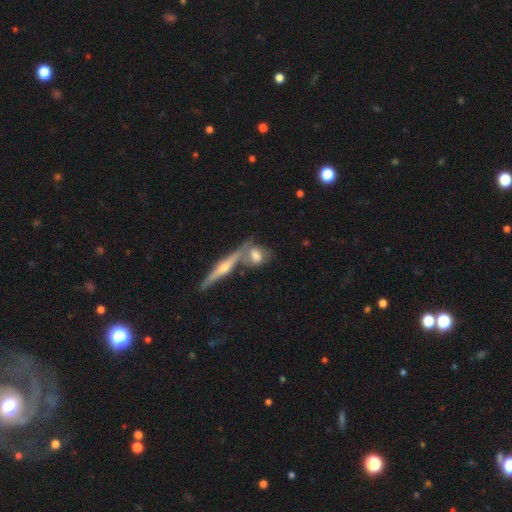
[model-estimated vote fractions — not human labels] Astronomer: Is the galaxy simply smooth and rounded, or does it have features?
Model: smooth — 51% (runner-up: featured or disk, 41%).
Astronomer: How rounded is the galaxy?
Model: in between — 51% (runner-up: round, 32%).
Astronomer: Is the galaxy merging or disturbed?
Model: none — 45% (runner-up: merger, 35%).